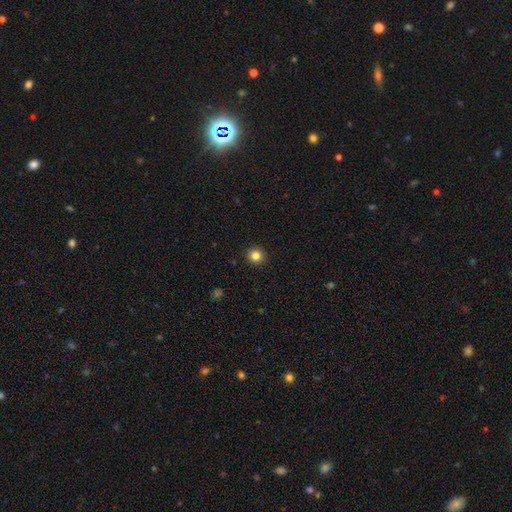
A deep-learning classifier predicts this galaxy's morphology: Smooth or featured: smooth — 83% (star or artifact — 12%)
How rounded: round — 94% (in between — 5%)
Merging: none — 93% (minor disturbance — 5%)